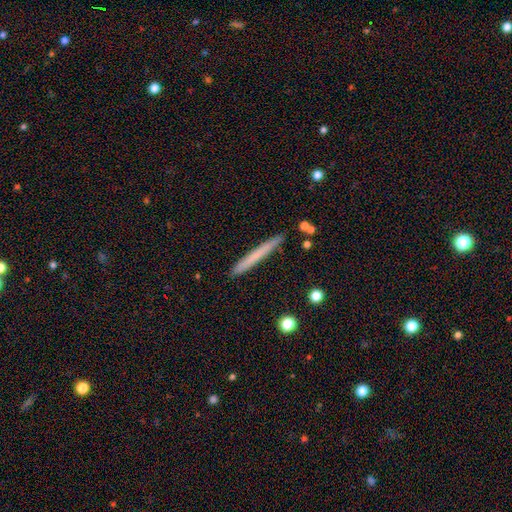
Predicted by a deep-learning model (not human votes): This is likely a smooth galaxy (65%). How rounded: clearly cigar-shaped (97%). Merging: clearly none (90%).